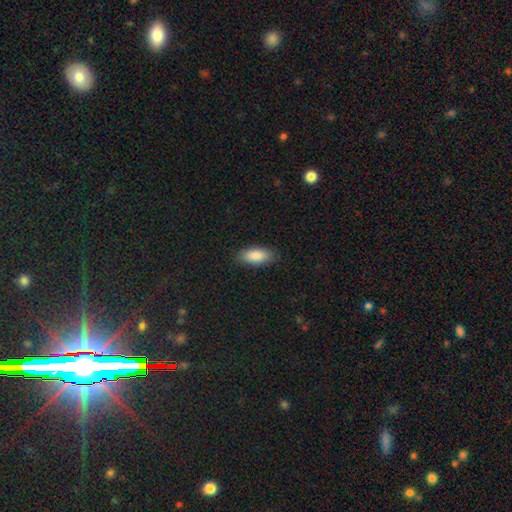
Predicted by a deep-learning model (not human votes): smooth_or_featured: smooth (p=0.89) [alt: star or artifact p=0.06]
how_rounded: in between (p=0.86) [alt: cigar-shaped p=0.12]
merging: none (p=0.87) [alt: minor disturbance p=0.10]